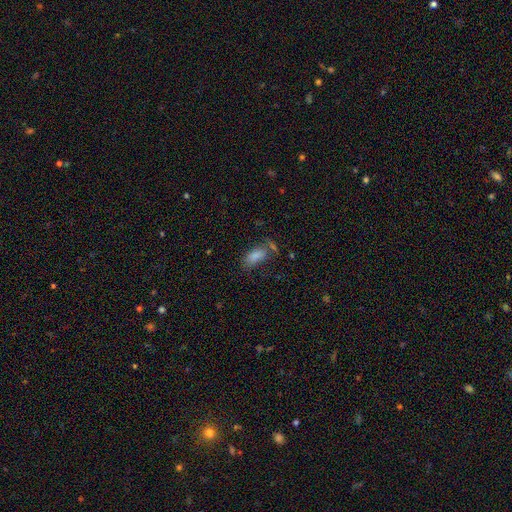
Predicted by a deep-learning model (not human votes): smooth_or_featured: smooth (p=0.81) [alt: star or artifact p=0.10]
how_rounded: in between (p=0.89) [alt: cigar-shaped p=0.08]
merging: none (p=0.48) [alt: minor disturbance p=0.23]